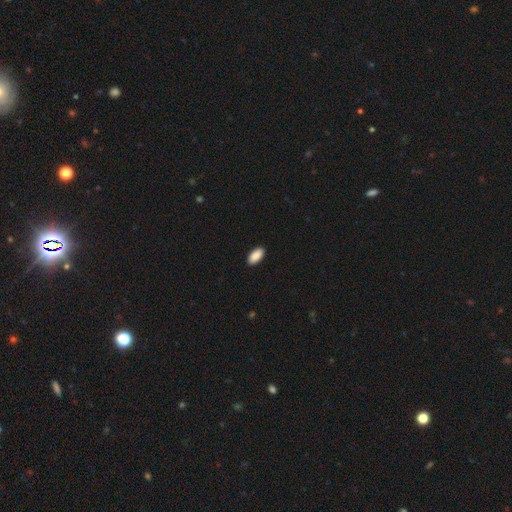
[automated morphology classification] This appears to be a smooth galaxy with no disk features (91%) that is in between round and cigar-shaped (93%). Merging: none (91%).